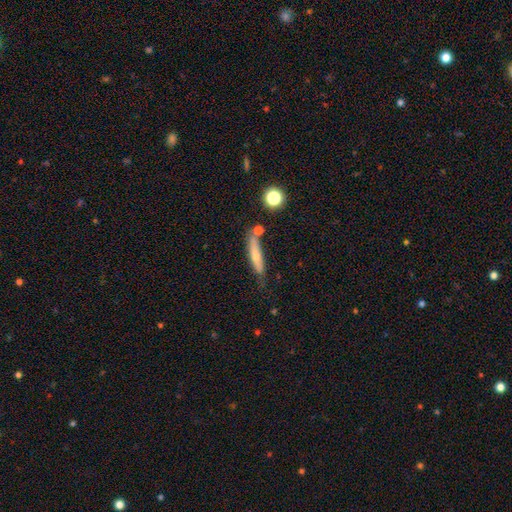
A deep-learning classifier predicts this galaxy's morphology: Smooth or featured?
  - smooth: 51% *
  - featured or disk: 40%
  - star or artifact: 9%
How rounded?
  - cigar-shaped: 83% *
  - in between: 14%
  - round: 3%
Merging?
  - none: 69% *
  - minor disturbance: 19%
  - merger: 8%
  - major disturbance: 5%